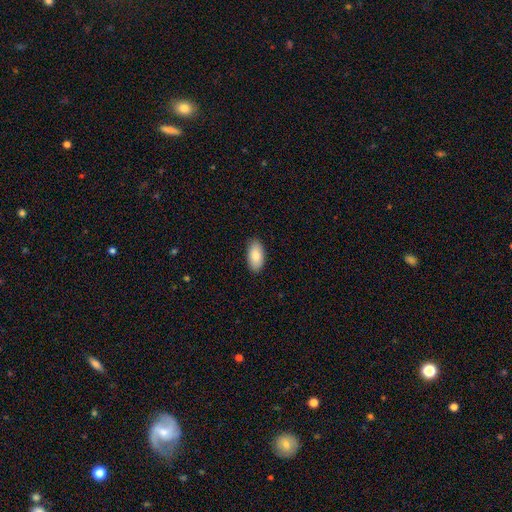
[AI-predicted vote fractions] smooth_or_featured: smooth (p=0.86) [alt: featured or disk p=0.08]
how_rounded: in between (p=0.95) [alt: cigar-shaped p=0.03]
merging: none (p=0.88) [alt: minor disturbance p=0.09]